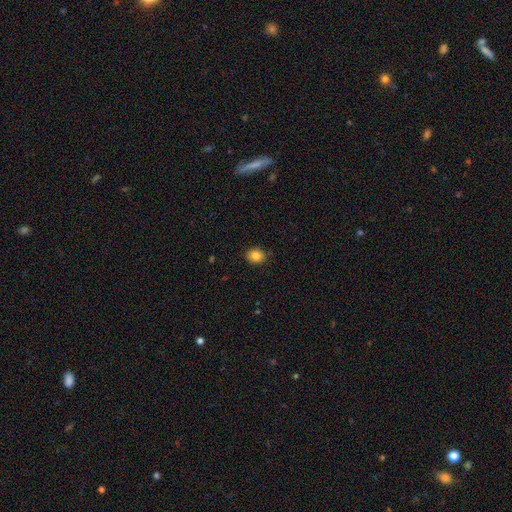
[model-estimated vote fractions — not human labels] Overall: smooth (83%). How rounded: round (64%; in between 35%). Merging: none (88%).